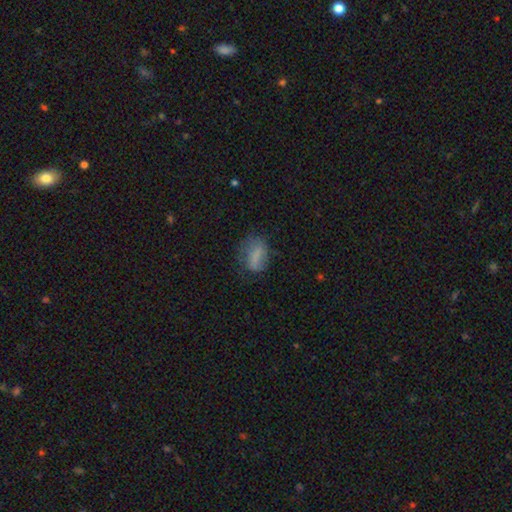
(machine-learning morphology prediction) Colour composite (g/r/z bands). It shows a smooth galaxy with no disk features (72%) that is in between round and cigar-shaped (81%). Merging: none (54%).